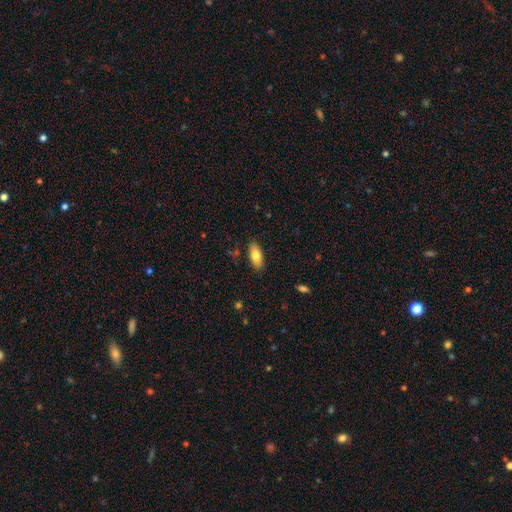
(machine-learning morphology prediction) The model was most divided on "smooth or featured": smooth: 79%, featured or disk: 14%, star or artifact: 7%. More confident: merging — none (87%); how rounded — in between (86%).